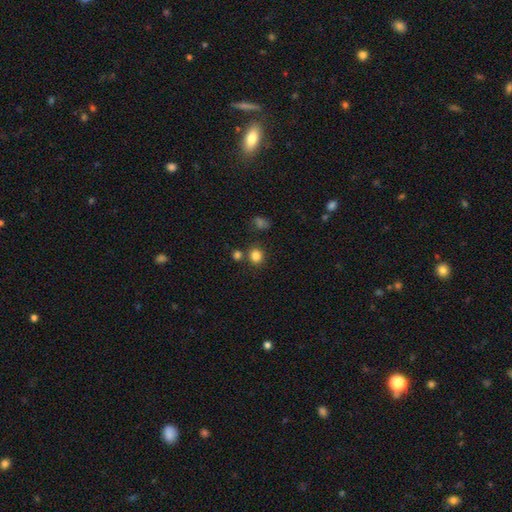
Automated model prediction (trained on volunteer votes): Morphology: type=smooth (83%); roundness=round (82%); merging=none (78%).